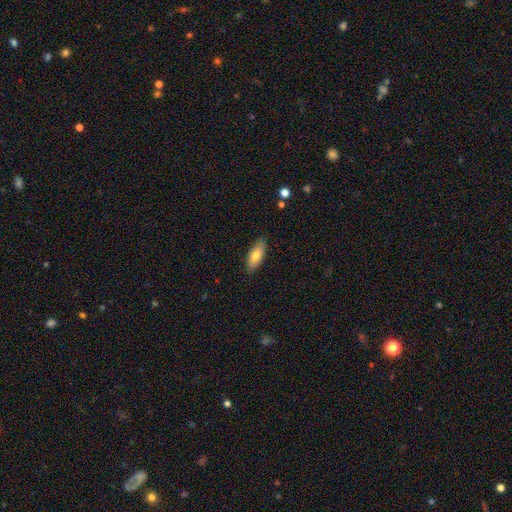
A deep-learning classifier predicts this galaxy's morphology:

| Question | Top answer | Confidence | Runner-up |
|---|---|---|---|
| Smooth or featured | smooth | 74% | featured or disk (20%) |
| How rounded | in between | 74% | cigar-shaped (23%) |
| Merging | none | 85% | minor disturbance (11%) |